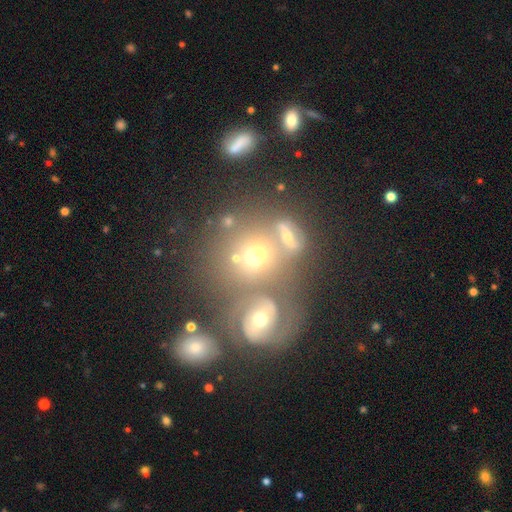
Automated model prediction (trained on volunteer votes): Smooth or featured?
  - smooth: 42% *
  - featured or disk: 39%
  - star or artifact: 19%
Merging?
  - merger: 48% *
  - none: 34%
  - minor disturbance: 11%
  - major disturbance: 8%